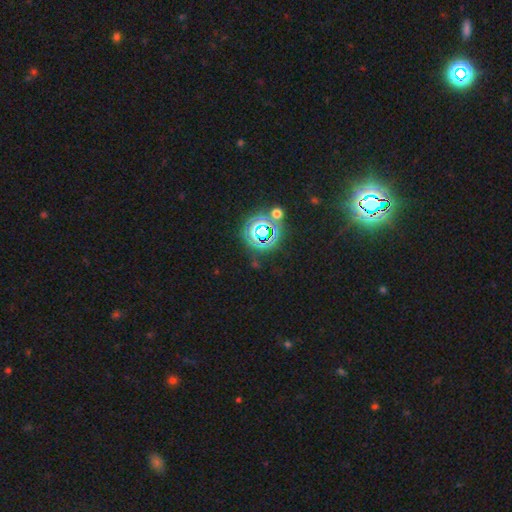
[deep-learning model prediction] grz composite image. It shows a star or artifact, not a galaxy (66%).